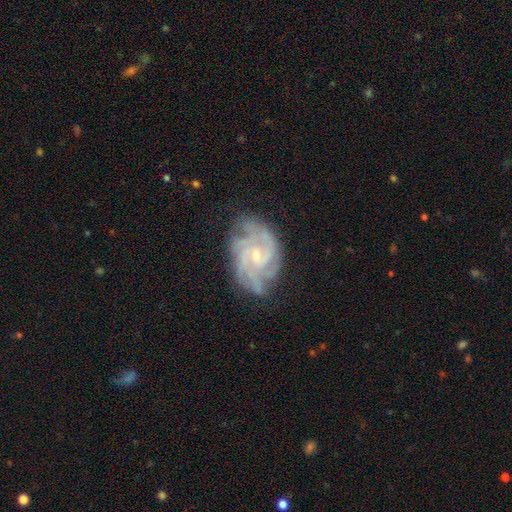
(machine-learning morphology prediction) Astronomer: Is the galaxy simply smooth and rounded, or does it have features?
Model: featured or disk — 87%.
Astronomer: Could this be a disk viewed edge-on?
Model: no — 97%.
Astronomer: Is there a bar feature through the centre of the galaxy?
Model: no — 57% (runner-up: weak, 36%).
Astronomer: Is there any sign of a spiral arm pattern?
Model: yes — 97%.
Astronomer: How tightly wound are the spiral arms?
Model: tight — 59% (runner-up: medium, 35%).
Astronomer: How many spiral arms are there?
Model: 4 — 25% (runner-up: 3, 24%).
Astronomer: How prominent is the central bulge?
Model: small — 71%.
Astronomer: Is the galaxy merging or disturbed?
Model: none — 73%.